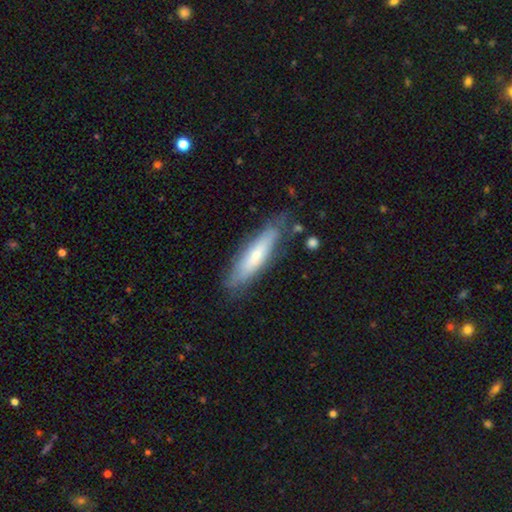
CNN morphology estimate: The model was most divided on "smooth or featured": smooth: 55%, featured or disk: 39%, star or artifact: 6%. More confident: merging — none (73%); how rounded — cigar-shaped (70%).